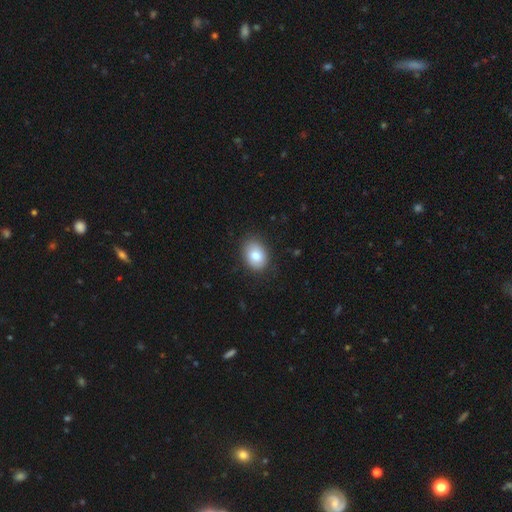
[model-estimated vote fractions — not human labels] Smooth or featured: smooth — 81% (featured or disk — 11%)
How rounded: in between — 74% (round — 25%)
Merging: none — 84% (minor disturbance — 12%)